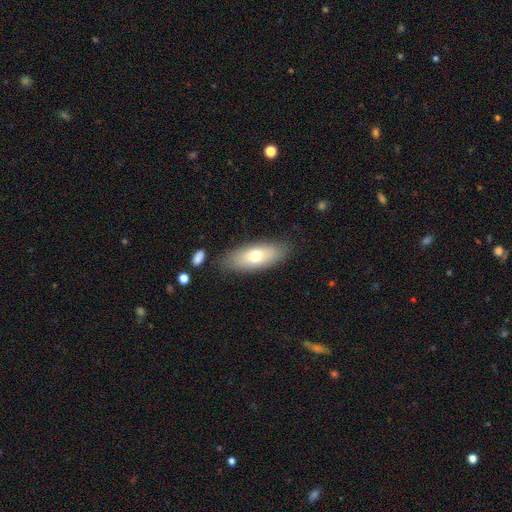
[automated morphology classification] A smooth galaxy with no disk features (69%) that is in between round and cigar-shaped (77%). Merging: none (82%).